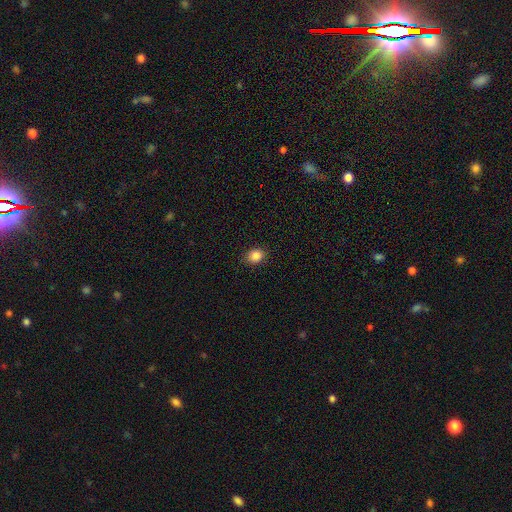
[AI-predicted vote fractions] smooth-or-featured: smooth: 85% | star or artifact: 10% | featured or disk: 4%
  how-rounded: round: 59% | in between: 40% | cigar-shaped: 1%
  merging: none: 88% | minor disturbance: 9% | major disturbance: 2% | merger: 1%